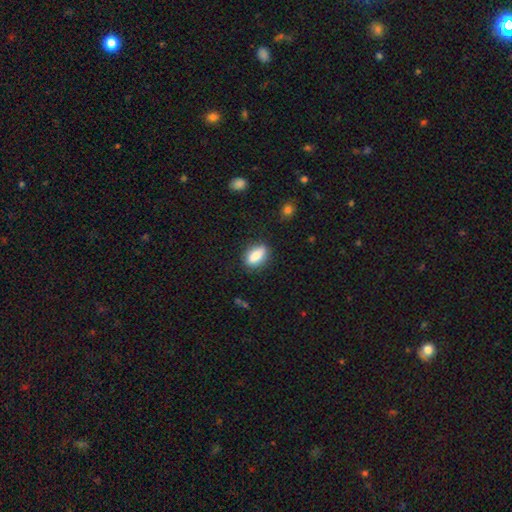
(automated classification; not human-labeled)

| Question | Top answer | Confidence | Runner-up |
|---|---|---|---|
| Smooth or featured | smooth | 82% | featured or disk (10%) |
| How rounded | in between | 81% | cigar-shaped (12%) |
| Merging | none | 82% | minor disturbance (13%) |